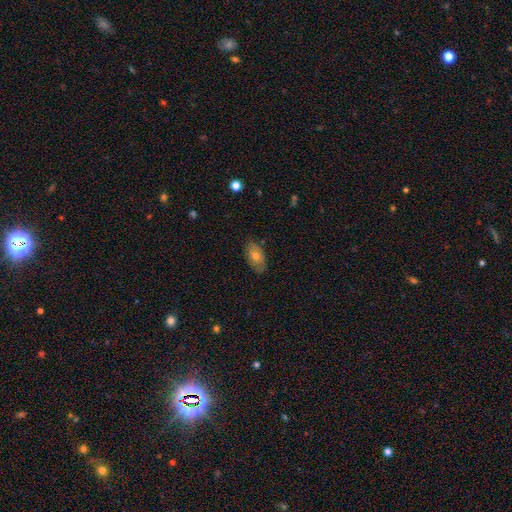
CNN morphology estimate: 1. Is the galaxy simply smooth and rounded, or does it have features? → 60% smooth, 31% featured or disk, 9% star or artifact.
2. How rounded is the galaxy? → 90% in between, 7% round, 3% cigar-shaped.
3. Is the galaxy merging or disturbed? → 81% none, 15% minor disturbance, 3% major disturbance, 1% merger.